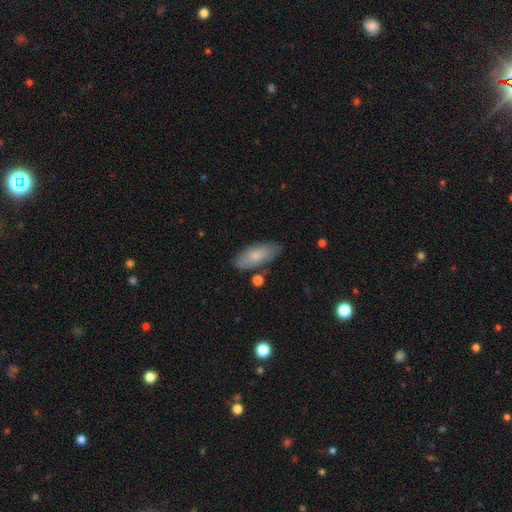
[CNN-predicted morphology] smooth 76%, featured or disk 18%, star or artifact 6%. Down the decision tree: how rounded — in between (84%); merging — none (78%).